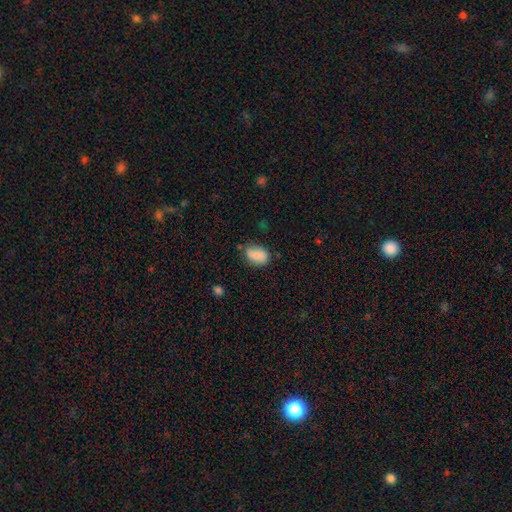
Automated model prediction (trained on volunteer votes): A smooth galaxy with no disk features (84%) that is in between round and cigar-shaped (85%).

Vote fractions:
- Smooth or featured? smooth: 84% / featured or disk: 8% / star or artifact: 8%
- How rounded? in between: 85% / round: 13% / cigar-shaped: 2%
- Merging? none: 65% / minor disturbance: 26% / major disturbance: 6% / merger: 3%